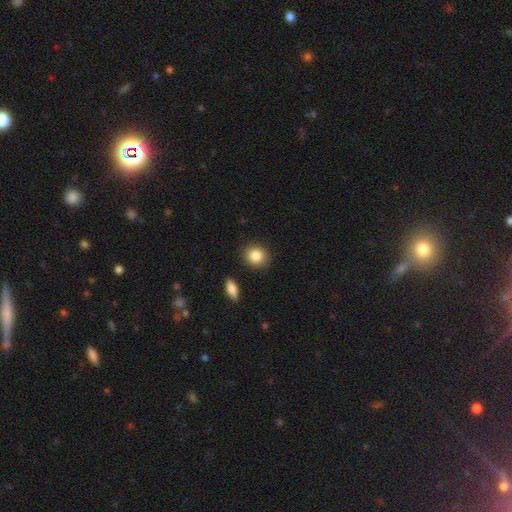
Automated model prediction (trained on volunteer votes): A smooth galaxy with no disk features (86%) that is round (70%). Merging: none (86%).